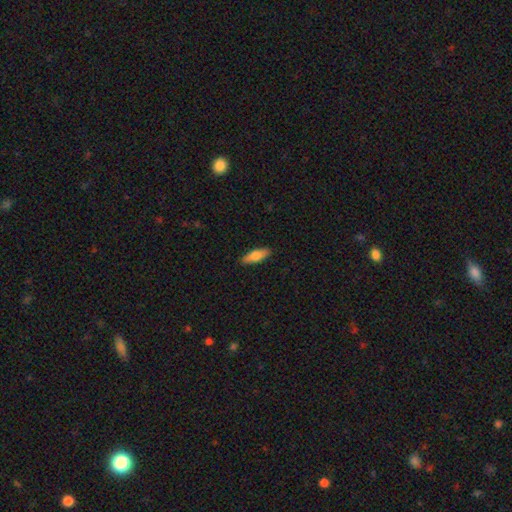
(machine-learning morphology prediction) This appears to be a smooth galaxy with no disk features (72%) that is in between round and cigar-shaped (59%). Merging: none (89%).